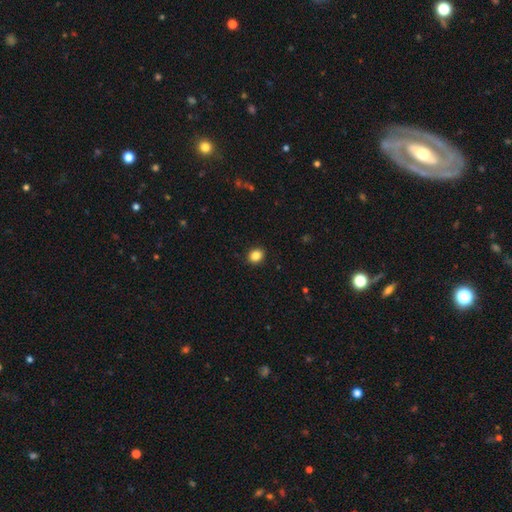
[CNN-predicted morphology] Overall: smooth (86%). How rounded: round (59%; in between 40%). Merging: none (91%).